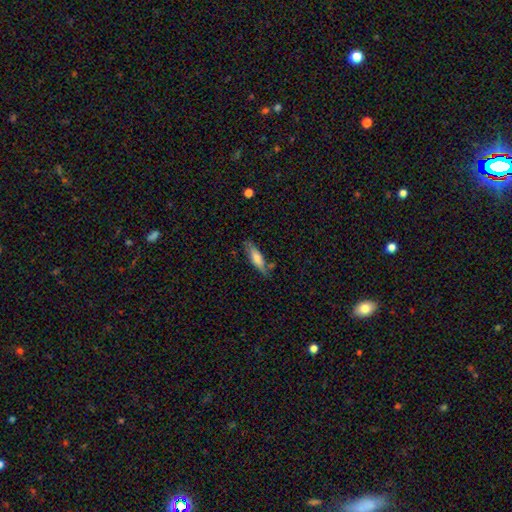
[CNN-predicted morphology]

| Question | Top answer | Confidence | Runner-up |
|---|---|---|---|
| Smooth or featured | smooth | 64% | featured or disk (29%) |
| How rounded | cigar-shaped | 66% | in between (32%) |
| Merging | none | 71% | minor disturbance (20%) |